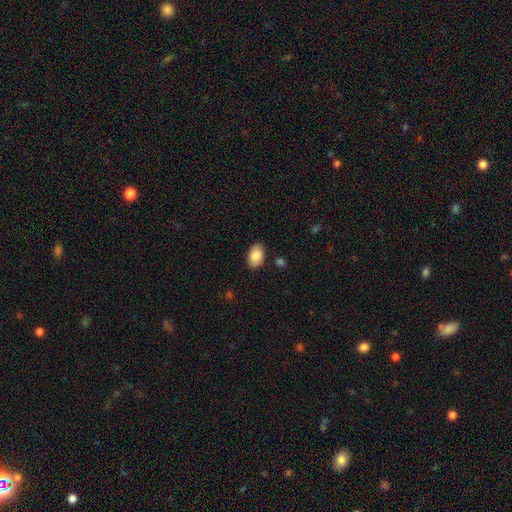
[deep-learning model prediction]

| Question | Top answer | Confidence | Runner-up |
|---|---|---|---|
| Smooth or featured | smooth | 87% | star or artifact (7%) |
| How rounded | in between | 90% | round (9%) |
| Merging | none | 85% | minor disturbance (11%) |